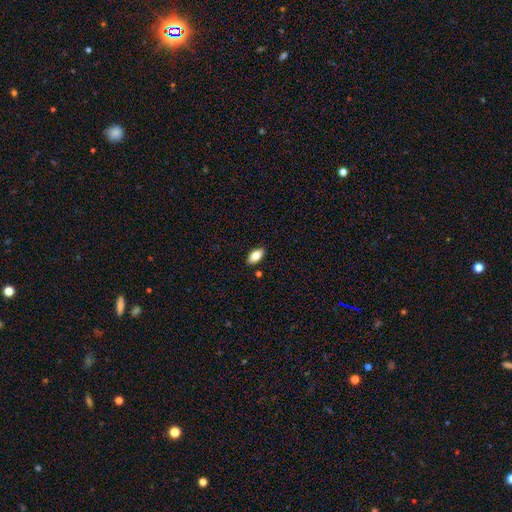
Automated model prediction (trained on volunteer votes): This is clearly a smooth galaxy (81%). How rounded: clearly in between (91%). Merging: clearly none (88%).